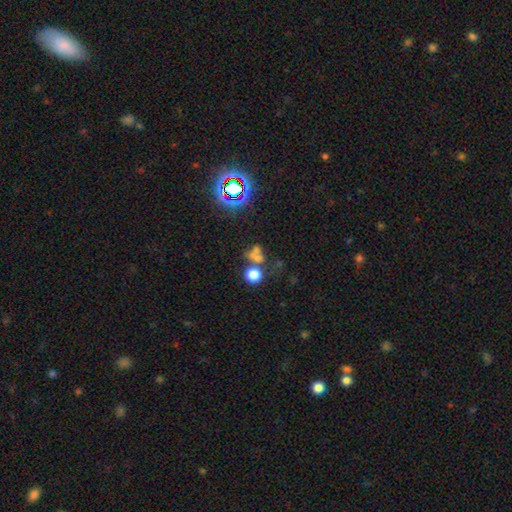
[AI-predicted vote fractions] smooth 62%, star or artifact 25%, featured or disk 13%. Down the decision tree: how rounded — round (77%); merging — none (44%).